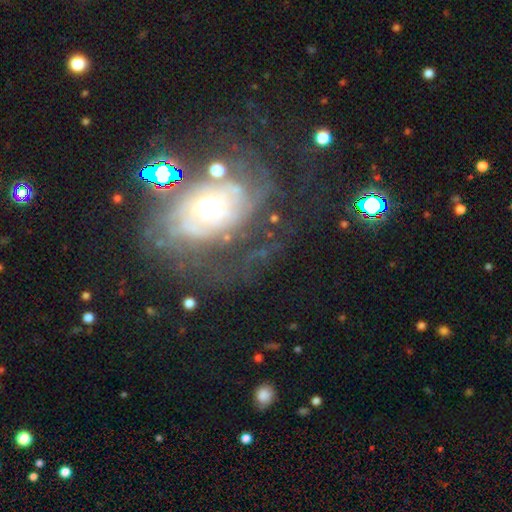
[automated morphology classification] Overall: featured or disk (77%). Edge-on disk: no (95%). Bar: no (75%). Spiral arms: yes (85%). Spiral arm count: can't tell (47%; 2 23%). Spiral winding: tight (59%; medium 29%). Bulge size: moderate (45%; small 35%). Merging: none (57%; major disturbance 21%).